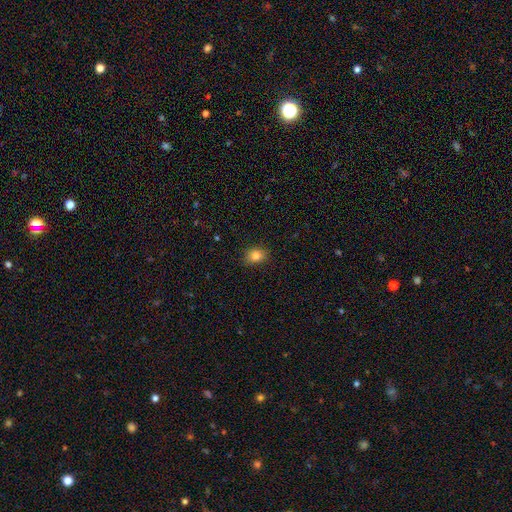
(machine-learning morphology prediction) Overall: smooth (83%). How rounded: in between (51%; round 48%). Merging: none (86%).